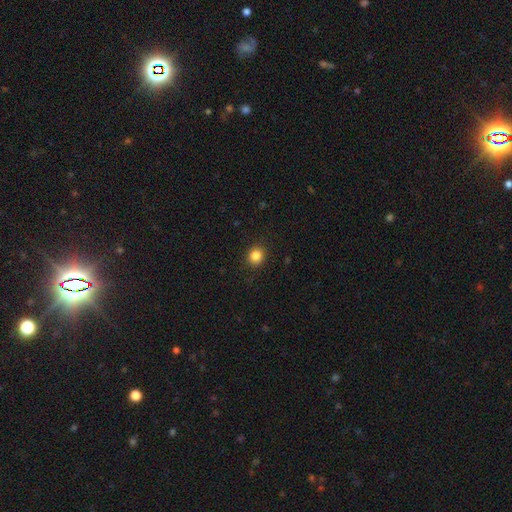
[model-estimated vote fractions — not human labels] A smooth galaxy with no disk features (84%) that is round (84%).

Vote fractions:
- Smooth or featured? smooth: 84% / star or artifact: 11% / featured or disk: 4%
- How rounded? round: 84% / in between: 15% / cigar-shaped: 1%
- Merging? none: 91% / minor disturbance: 6% / major disturbance: 2% / merger: 1%